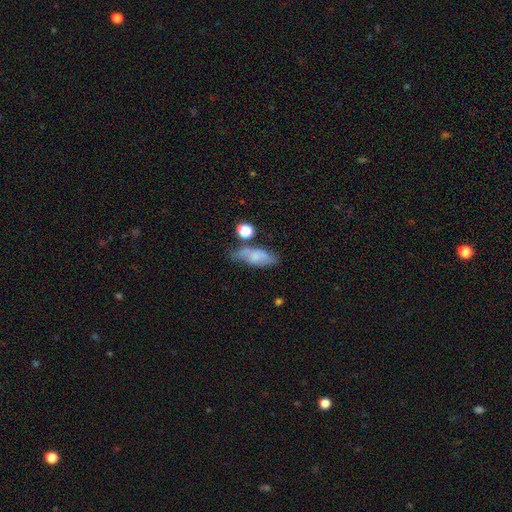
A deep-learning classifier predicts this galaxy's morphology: Smooth or featured?
  - smooth: 66% *
  - featured or disk: 24%
  - star or artifact: 9%
How rounded?
  - in between: 70% *
  - cigar-shaped: 24%
  - round: 6%
Merging?
  - none: 52% *
  - minor disturbance: 26%
  - merger: 11%
  - major disturbance: 11%